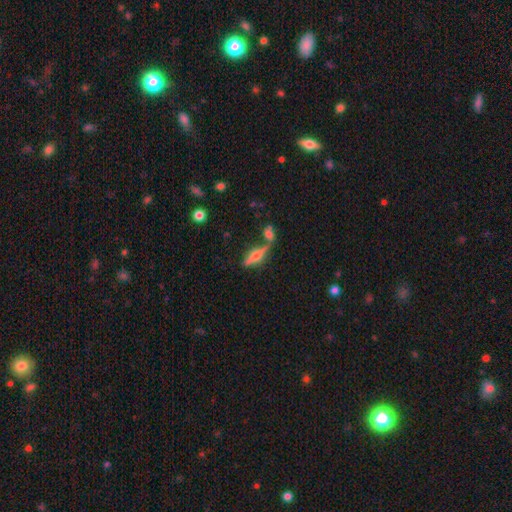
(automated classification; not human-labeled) Q: Smooth or featured?
A: featured or disk (59%); runner-up: smooth (32%)
Q: Edge-on disk?
A: yes (92%); runner-up: no (8%)
Q: Edge-on bulge?
A: rounded (89%); runner-up: boxy (6%)
Q: Merging?
A: none (57%); runner-up: merger (27%)